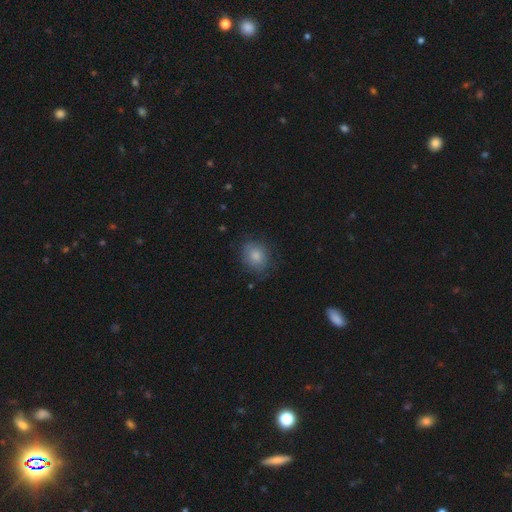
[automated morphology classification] smooth 81%, featured or disk 11%, star or artifact 8%. Down the decision tree: how rounded — round (60%); merging — none (74%).